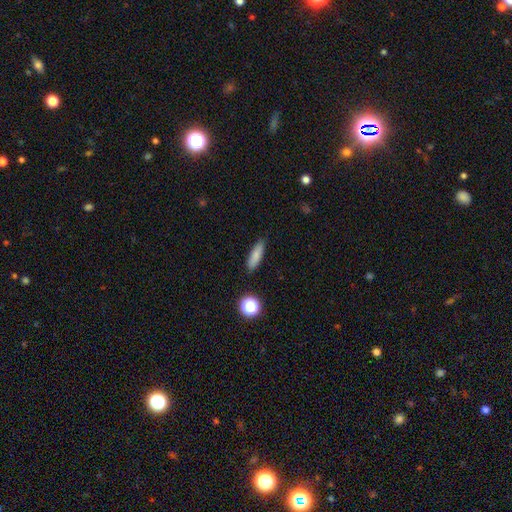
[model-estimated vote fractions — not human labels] The model was most divided on "how rounded": cigar-shaped: 57%, in between: 39%, round: 4%. More confident: merging — none (87%); smooth or featured — smooth (81%).